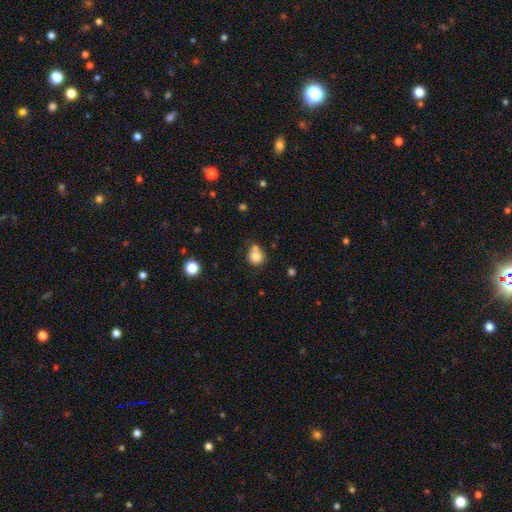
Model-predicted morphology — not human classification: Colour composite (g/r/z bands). It shows a smooth galaxy with no disk features (82%) that is round (84%). Merging: none (52%).